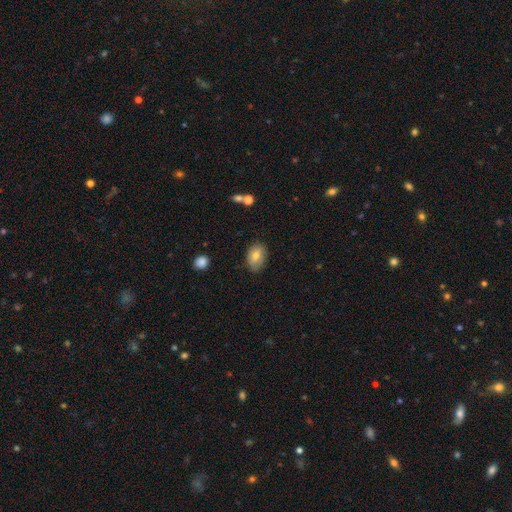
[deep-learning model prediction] Q: Smooth or featured?
A: smooth (75%); runner-up: featured or disk (17%)
Q: How rounded?
A: in between (86%); runner-up: round (13%)
Q: Merging?
A: none (75%); runner-up: minor disturbance (20%)